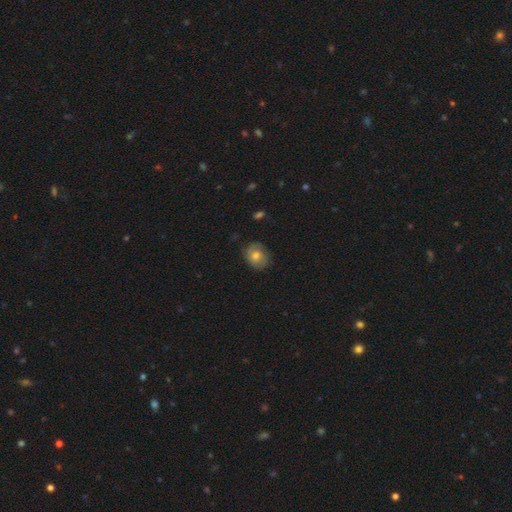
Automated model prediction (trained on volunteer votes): Smooth or featured? smooth (59%)
How rounded? round (63%)
Merging? none (71%)